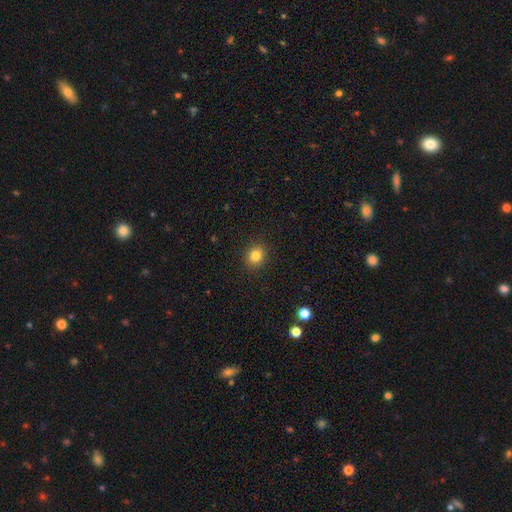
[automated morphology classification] This appears to be a smooth galaxy with no disk features (83%) that is round (72%). Merging: none (91%).